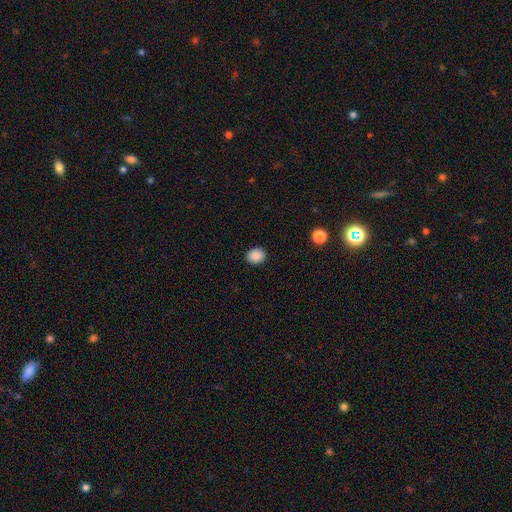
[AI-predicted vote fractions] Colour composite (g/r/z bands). It shows a smooth galaxy with no disk features (88%) that is round (56%). Merging: none (91%).